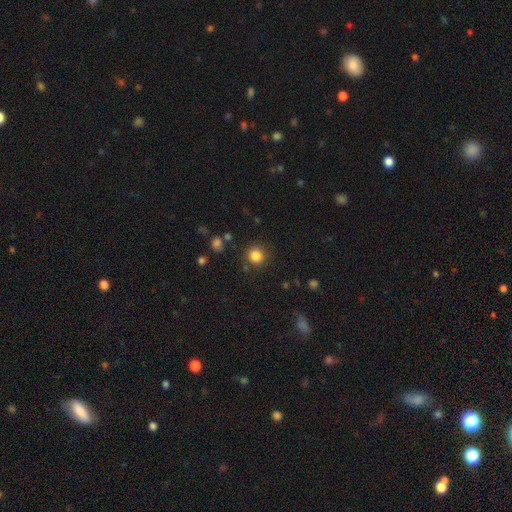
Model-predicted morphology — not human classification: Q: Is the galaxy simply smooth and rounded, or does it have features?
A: smooth — 84%.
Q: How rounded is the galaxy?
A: round — 92%.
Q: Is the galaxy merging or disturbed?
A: none — 86%.